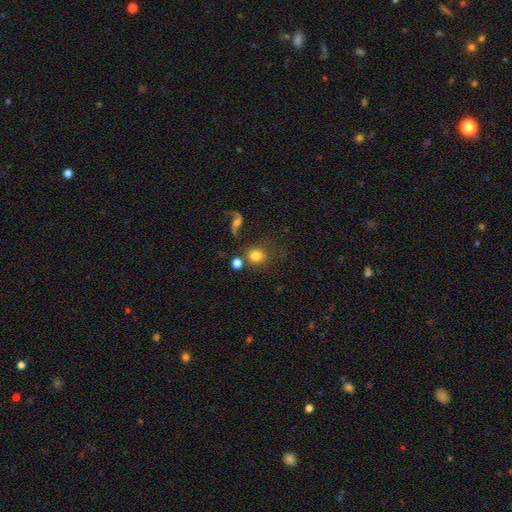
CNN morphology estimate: A smooth galaxy with no disk features (76%) that is round (86%).

Vote fractions:
- Smooth or featured? smooth: 76% / featured or disk: 14% / star or artifact: 10%
- How rounded? round: 86% / in between: 13% / cigar-shaped: 1%
- Merging? none: 67% / merger: 14% / minor disturbance: 12% / major disturbance: 8%